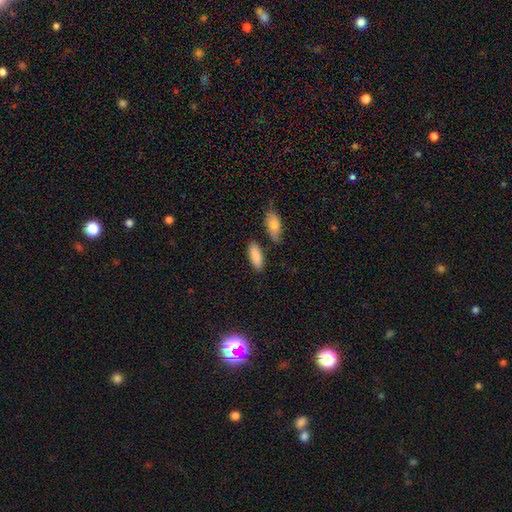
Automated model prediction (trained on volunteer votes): Morphology: type=smooth (88%); roundness=in between (79%); merging=none (79%).